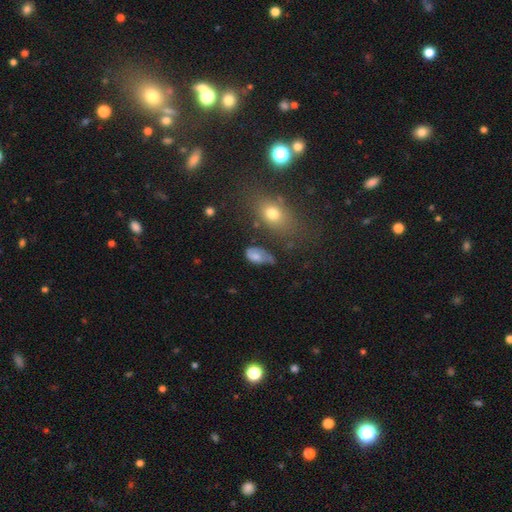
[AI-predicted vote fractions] A smooth galaxy with no disk features (64%) that is in between round and cigar-shaped (88%).

Vote fractions:
- Smooth or featured? smooth: 64% / featured or disk: 25% / star or artifact: 10%
- How rounded? in between: 88% / round: 10% / cigar-shaped: 3%
- Merging? none: 37% / minor disturbance: 36% / major disturbance: 21% / merger: 6%